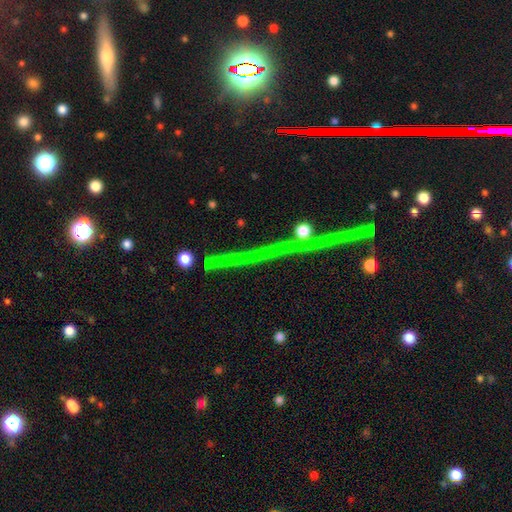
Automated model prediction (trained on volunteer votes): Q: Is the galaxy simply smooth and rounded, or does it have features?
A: star or artifact — 62%.